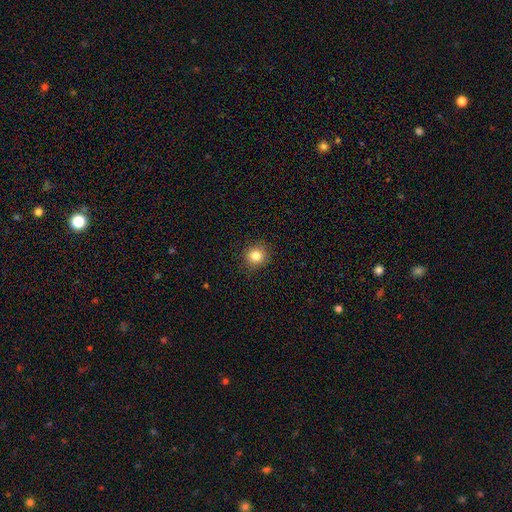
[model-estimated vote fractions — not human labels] Q: Smooth or featured?
A: smooth (83%); runner-up: star or artifact (11%)
Q: How rounded?
A: round (88%); runner-up: in between (11%)
Q: Merging?
A: none (89%); runner-up: minor disturbance (8%)